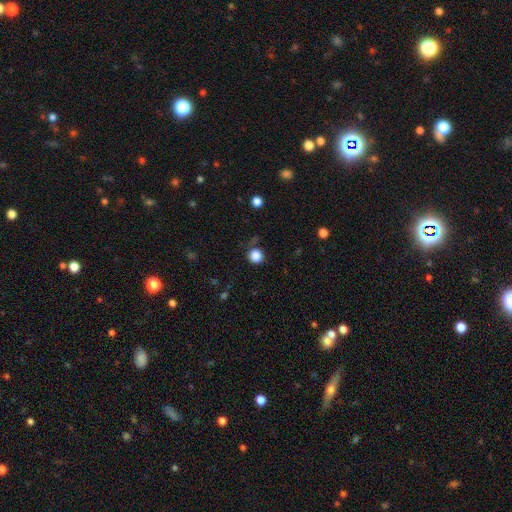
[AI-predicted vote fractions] smooth_or_featured: smooth (p=0.84) [alt: star or artifact p=0.12]
how_rounded: round (p=0.94) [alt: in between p=0.05]
merging: none (p=0.83) [alt: minor disturbance p=0.10]